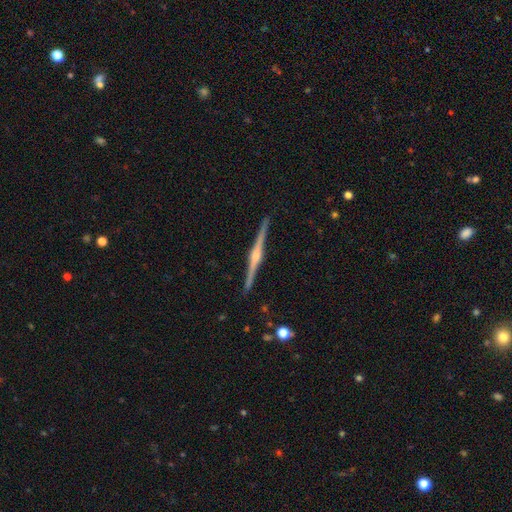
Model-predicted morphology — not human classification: This appears to be a featured or disk galaxy (88%) viewed edge-on (99%) with a rounded central bulge (84%). Merging: none (93%).